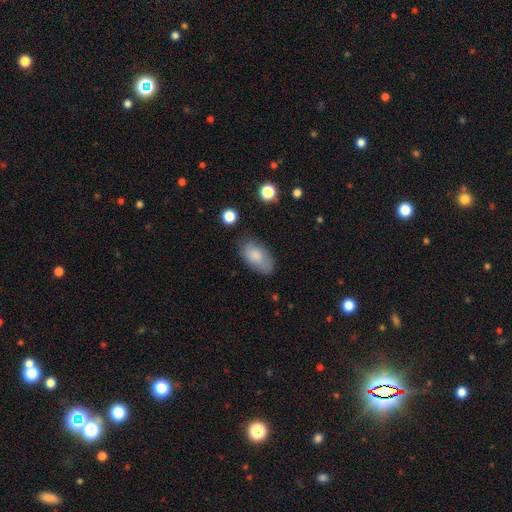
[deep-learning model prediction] The model was most divided on "merging": none: 73%, minor disturbance: 20%, major disturbance: 5%, merger: 2%. More confident: how rounded — in between (93%); smooth or featured — smooth (81%).